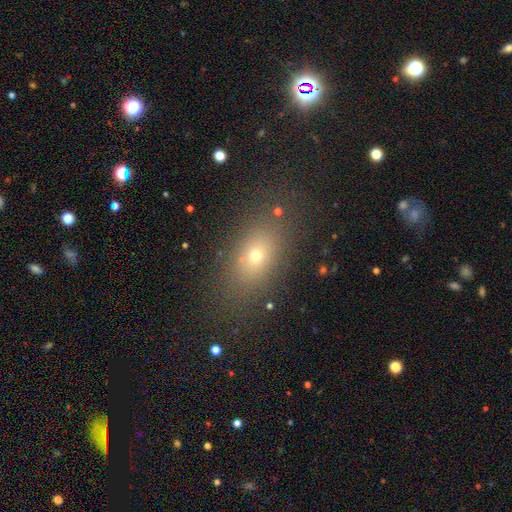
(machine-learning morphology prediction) type=smooth (64%); roundness=in between (72%); merging=none (82%).